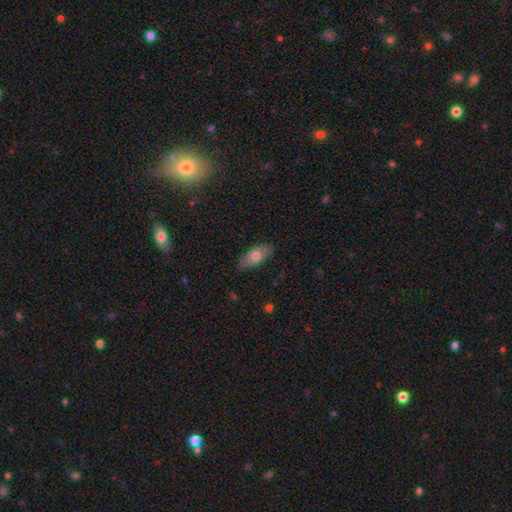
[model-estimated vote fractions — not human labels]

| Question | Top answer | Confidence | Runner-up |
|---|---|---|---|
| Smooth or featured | smooth | 69% | featured or disk (24%) |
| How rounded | in between | 87% | cigar-shaped (9%) |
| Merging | none | 80% | minor disturbance (17%) |